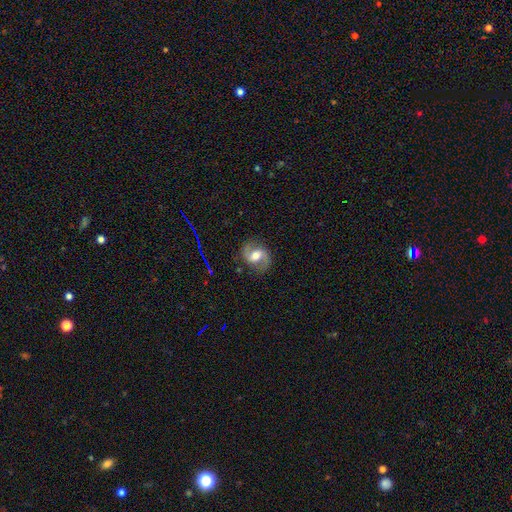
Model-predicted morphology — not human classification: featured or disk 75%, smooth 18%, star or artifact 8%. Down the decision tree: edge-on disk — no (97%); bar — weak (47%); spiral arms — yes (92%); spiral arm count — 2 (91%); spiral winding — medium (51%); bulge size — moderate (65%); merging — none (81%).